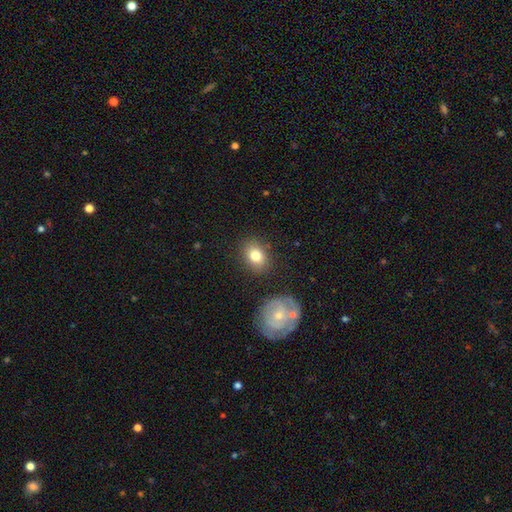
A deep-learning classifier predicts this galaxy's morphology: smooth_or_featured: smooth (p=0.80) [alt: featured or disk p=0.11]
how_rounded: in between (p=0.62) [alt: round p=0.37]
merging: none (p=0.82) [alt: minor disturbance p=0.11]